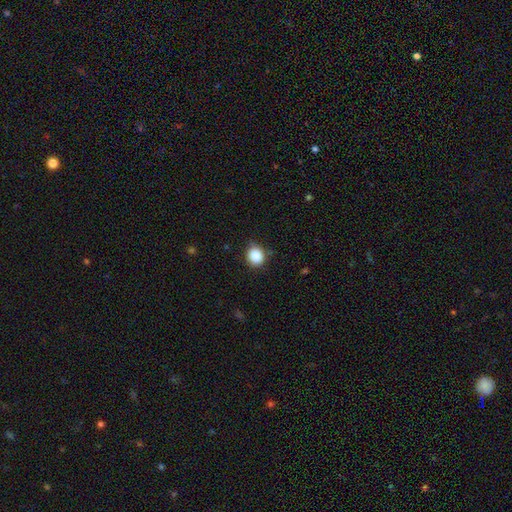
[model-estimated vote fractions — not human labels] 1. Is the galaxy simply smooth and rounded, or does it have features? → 86% smooth, 10% star or artifact, 4% featured or disk.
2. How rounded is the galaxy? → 76% round, 23% in between, 1% cigar-shaped.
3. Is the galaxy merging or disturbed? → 74% none, 20% minor disturbance, 4% major disturbance, 2% merger.